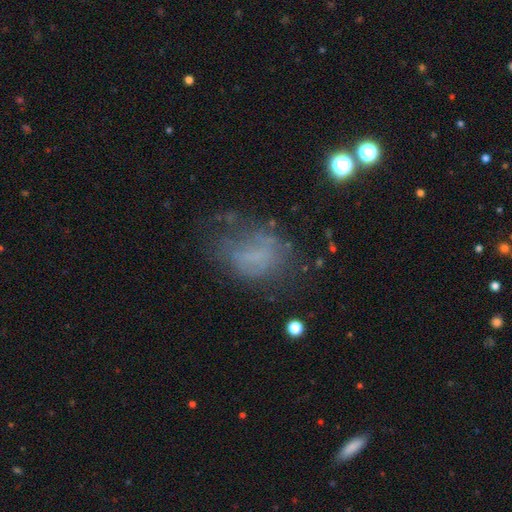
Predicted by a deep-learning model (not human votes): Smooth or featured? smooth (43%)
Merging? none (46%)